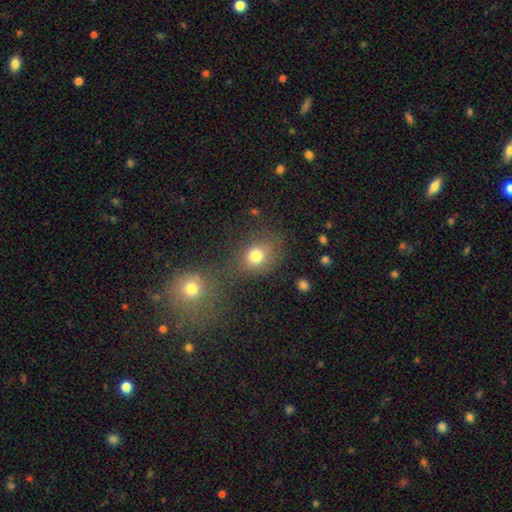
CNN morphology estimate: This is likely a smooth galaxy (78%). How rounded: likely round (62%). Merging: possibly none (59%).